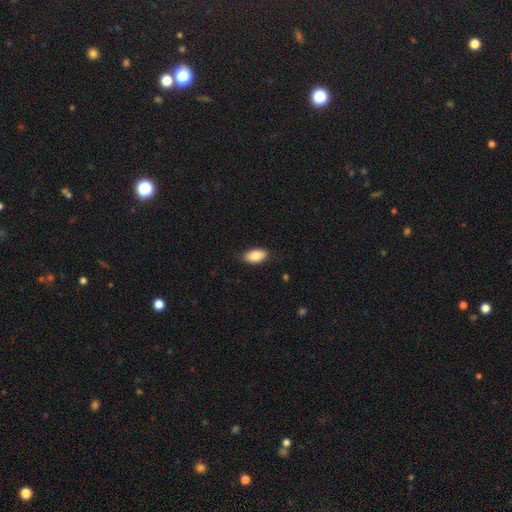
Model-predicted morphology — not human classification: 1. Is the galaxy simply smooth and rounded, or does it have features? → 85% smooth, 8% featured or disk, 7% star or artifact.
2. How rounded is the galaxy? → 93% in between, 4% round, 3% cigar-shaped.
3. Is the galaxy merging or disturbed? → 82% none, 15% minor disturbance, 2% major disturbance, 1% merger.